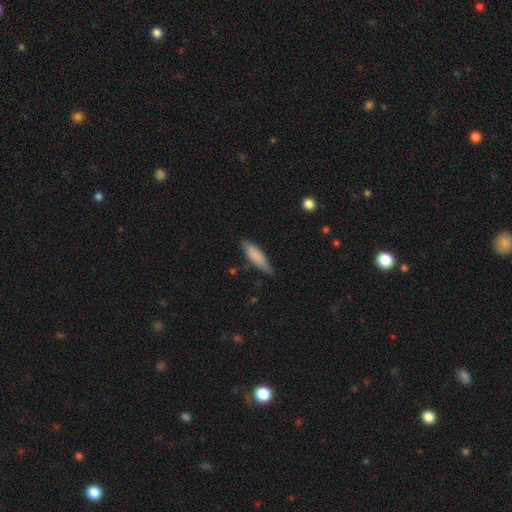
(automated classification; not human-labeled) Smooth or featured?
  - smooth: 82% *
  - featured or disk: 13%
  - star or artifact: 6%
How rounded?
  - cigar-shaped: 59% *
  - in between: 40%
  - round: 2%
Merging?
  - none: 72% *
  - minor disturbance: 23%
  - major disturbance: 4%
  - merger: 2%